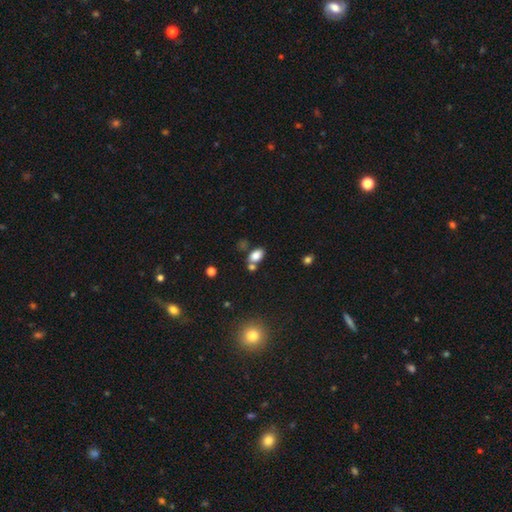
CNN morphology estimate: Overall: smooth (81%). How rounded: in between (88%). Merging: none (55%; merger 26%).